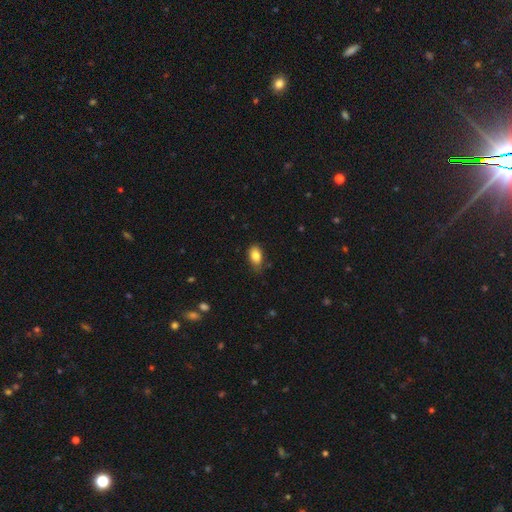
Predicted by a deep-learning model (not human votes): Q: Smooth or featured?
A: smooth (84%); runner-up: star or artifact (8%)
Q: How rounded?
A: in between (89%); runner-up: round (9%)
Q: Merging?
A: none (72%); runner-up: minor disturbance (22%)